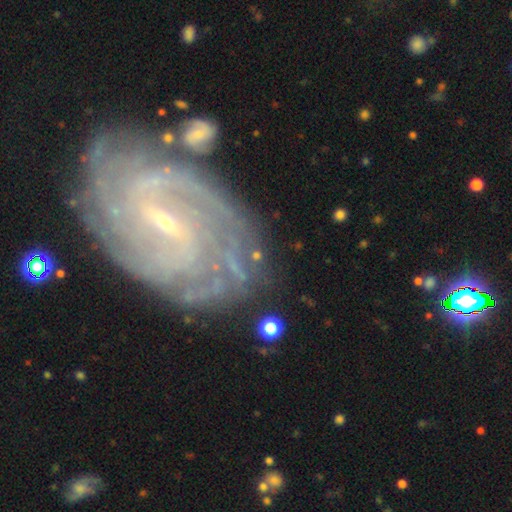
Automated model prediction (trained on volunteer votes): featured or disk 67%, smooth 18%, star or artifact 14%. Down the decision tree: edge-on disk — no (93%); bar — no (38%); spiral arms — yes (79%); bulge size — small (56%); merging — none (71%).